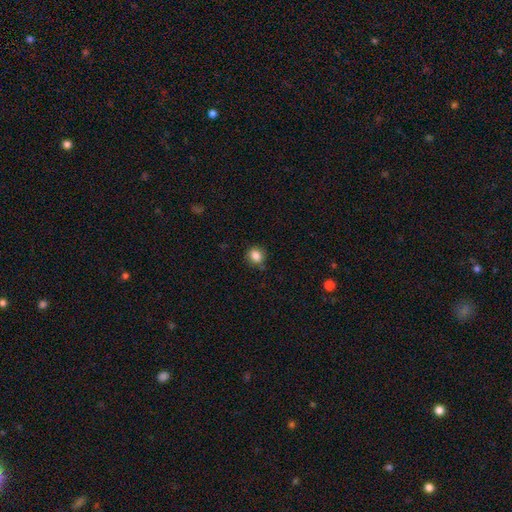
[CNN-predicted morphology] A smooth galaxy with no disk features (85%) that is round (70%).

Vote fractions:
- Smooth or featured? smooth: 85% / star or artifact: 10% / featured or disk: 5%
- How rounded? round: 70% / in between: 29% / cigar-shaped: 1%
- Merging? none: 81% / minor disturbance: 14% / major disturbance: 3% / merger: 2%